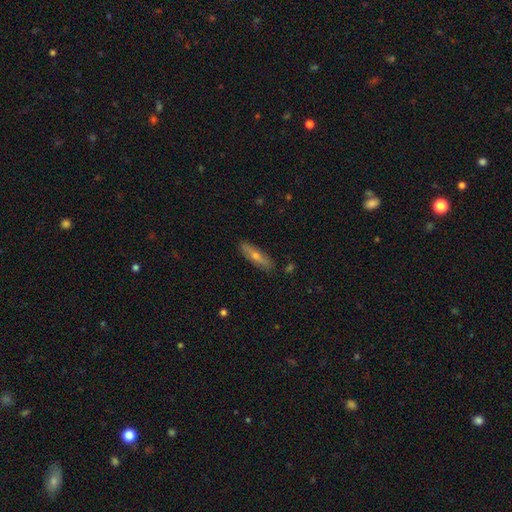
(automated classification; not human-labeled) Smooth or featured?
  - smooth: 47% *
  - featured or disk: 46%
  - star or artifact: 8%
Merging?
  - none: 87% *
  - minor disturbance: 9%
  - major disturbance: 2%
  - merger: 1%